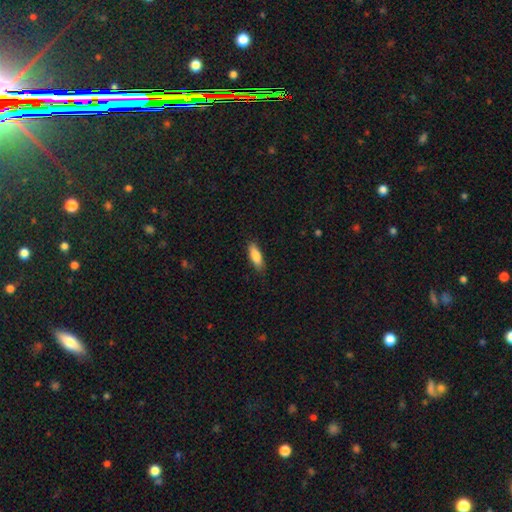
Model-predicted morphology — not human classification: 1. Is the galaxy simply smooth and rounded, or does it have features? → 83% smooth, 11% featured or disk, 6% star or artifact.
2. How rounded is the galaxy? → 61% in between, 37% cigar-shaped, 2% round.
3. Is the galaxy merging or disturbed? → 85% none, 11% minor disturbance, 2% major disturbance, 1% merger.